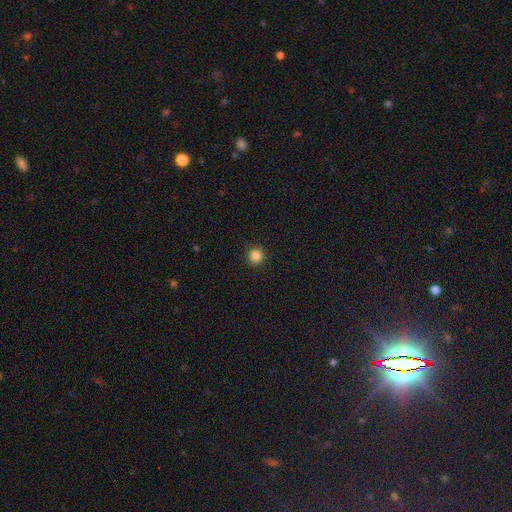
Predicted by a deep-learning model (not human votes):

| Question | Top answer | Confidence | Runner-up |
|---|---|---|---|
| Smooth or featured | smooth | 85% | star or artifact (11%) |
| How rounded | round | 95% | in between (4%) |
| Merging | none | 93% | minor disturbance (5%) |